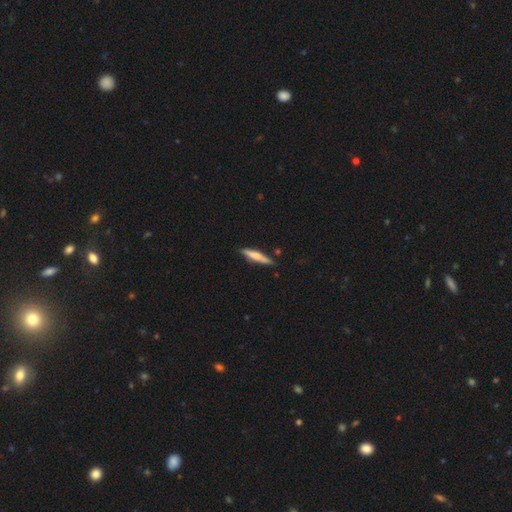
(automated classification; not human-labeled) This is possibly a smooth galaxy (57%). How rounded: clearly cigar-shaped (89%). Merging: clearly none (83%).